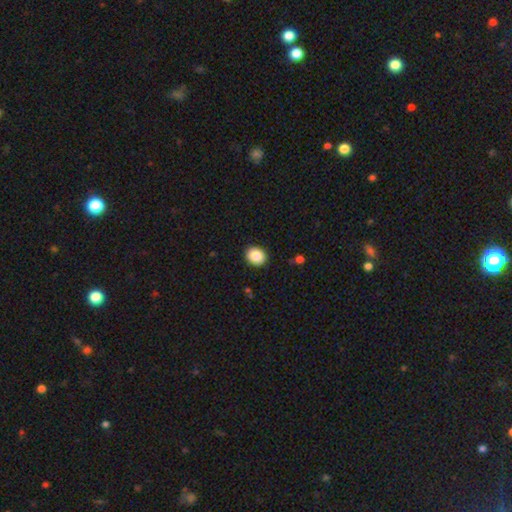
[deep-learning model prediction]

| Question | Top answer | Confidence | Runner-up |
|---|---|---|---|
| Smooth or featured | smooth | 86% | star or artifact (9%) |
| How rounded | round | 63% | in between (36%) |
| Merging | none | 91% | minor disturbance (6%) |